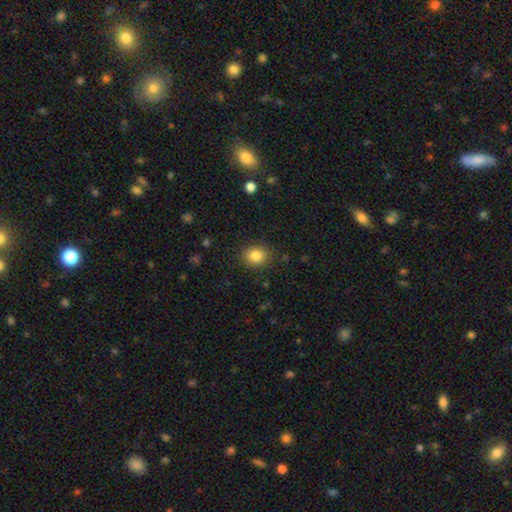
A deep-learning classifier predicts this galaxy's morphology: smooth 84%, star or artifact 11%, featured or disk 6%. Down the decision tree: how rounded — round (71%); merging — none (87%).